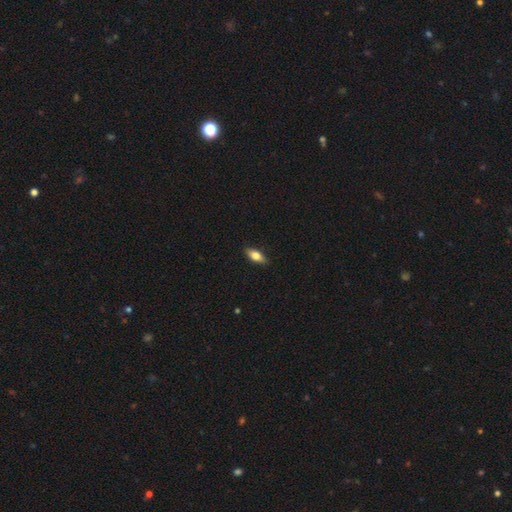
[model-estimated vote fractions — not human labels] Smooth or featured? smooth (74%)
How rounded? in between (82%)
Merging? none (88%)